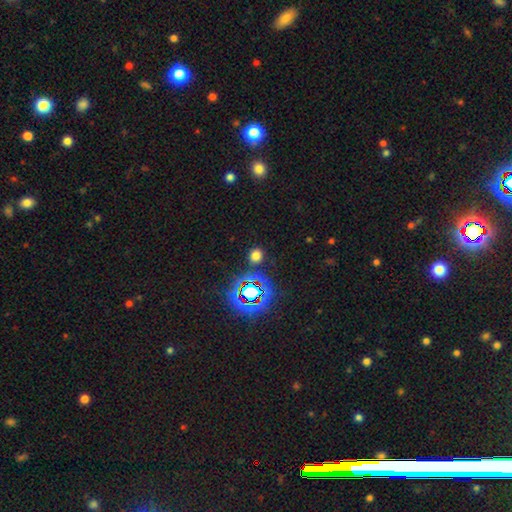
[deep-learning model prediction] This appears to be a smooth galaxy with no disk features (66%) that is round (80%). Merging: none (85%).